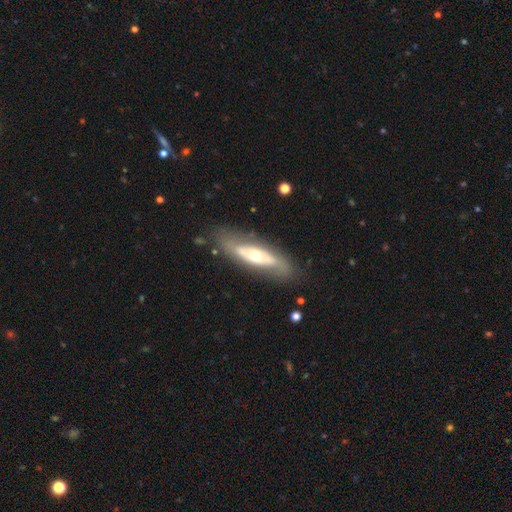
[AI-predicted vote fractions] This is likely a featured or disk galaxy (64%). It is likely not viewed edge-on (74%). Merging: likely none (75%).